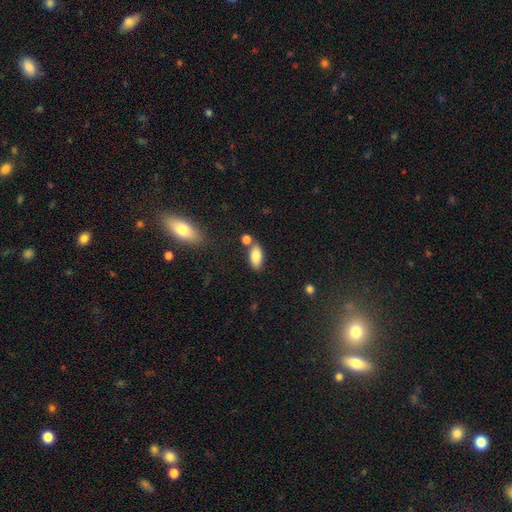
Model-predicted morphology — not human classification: Smooth or featured?
  - smooth: 83% *
  - featured or disk: 10%
  - star or artifact: 7%
How rounded?
  - in between: 87% *
  - cigar-shaped: 9%
  - round: 3%
Merging?
  - none: 72% *
  - minor disturbance: 13%
  - merger: 12%
  - major disturbance: 3%